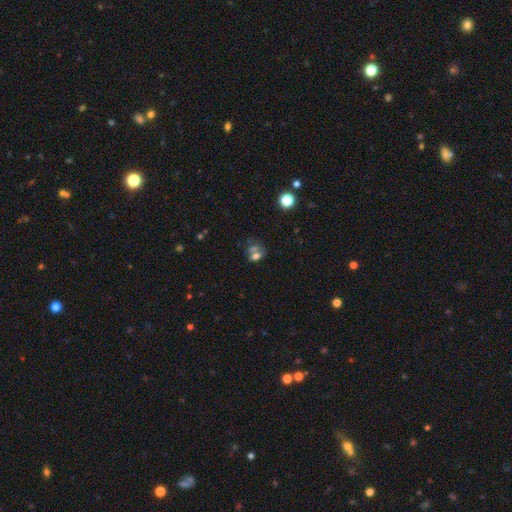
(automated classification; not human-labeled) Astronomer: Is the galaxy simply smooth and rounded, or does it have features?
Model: smooth — 54%.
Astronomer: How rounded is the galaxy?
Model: in between — 53% (runner-up: round, 44%).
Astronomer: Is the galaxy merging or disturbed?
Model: merger — 41% (runner-up: none, 36%).